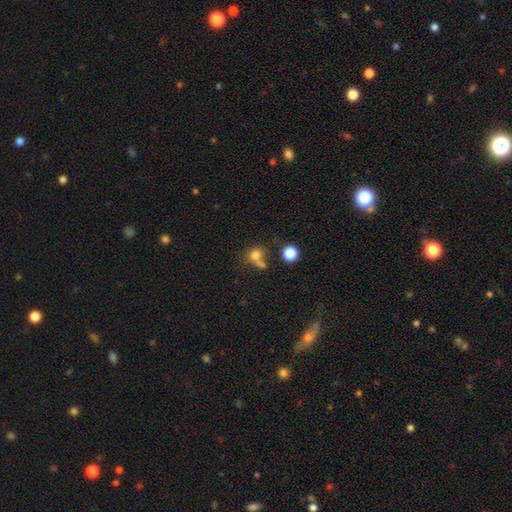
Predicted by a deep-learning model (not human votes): Overall: smooth (74%). How rounded: round (71%). Merging: none (42%; merger 35%).